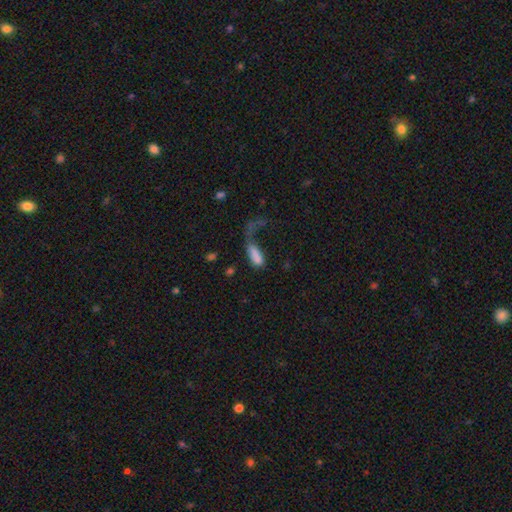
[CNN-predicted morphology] Q: Smooth or featured?
A: smooth (74%); runner-up: featured or disk (16%)
Q: How rounded?
A: in between (76%); runner-up: cigar-shaped (20%)
Q: Merging?
A: major disturbance (57%); runner-up: none (18%)